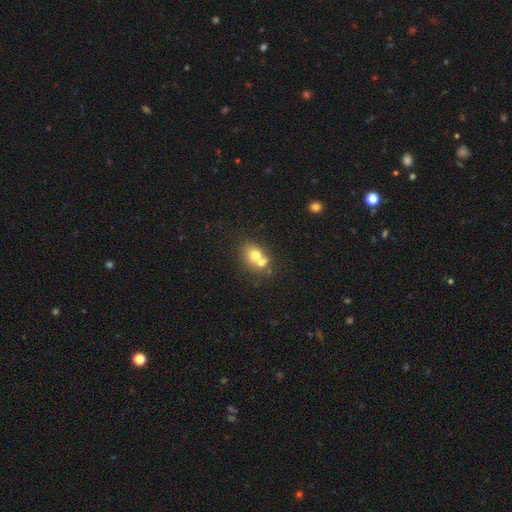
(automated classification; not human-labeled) Smooth or featured? smooth (69%)
How rounded? round (55%)
Merging? merger (54%)